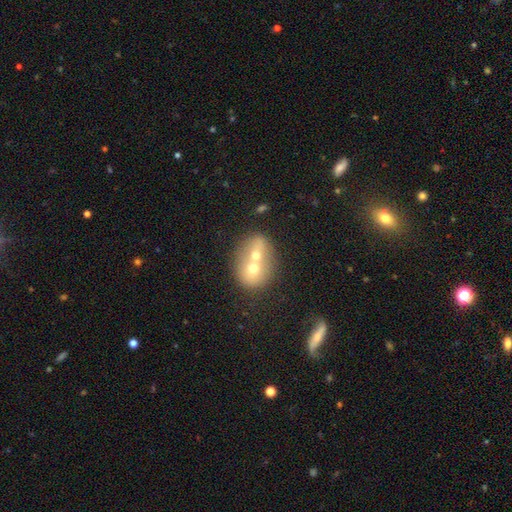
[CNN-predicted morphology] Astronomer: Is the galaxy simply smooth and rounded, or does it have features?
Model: smooth — 59%.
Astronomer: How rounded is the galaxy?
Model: round — 62%.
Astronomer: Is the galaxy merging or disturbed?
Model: merger — 71%.